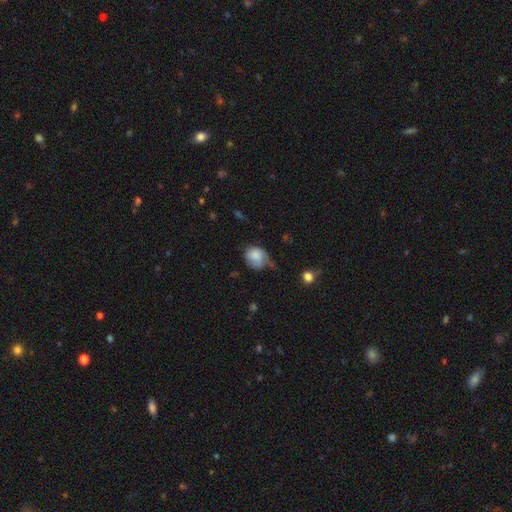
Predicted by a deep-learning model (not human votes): Q: Smooth or featured?
A: smooth (73%); runner-up: featured or disk (19%)
Q: How rounded?
A: round (63%); runner-up: in between (36%)
Q: Merging?
A: minor disturbance (37%); runner-up: major disturbance (30%)